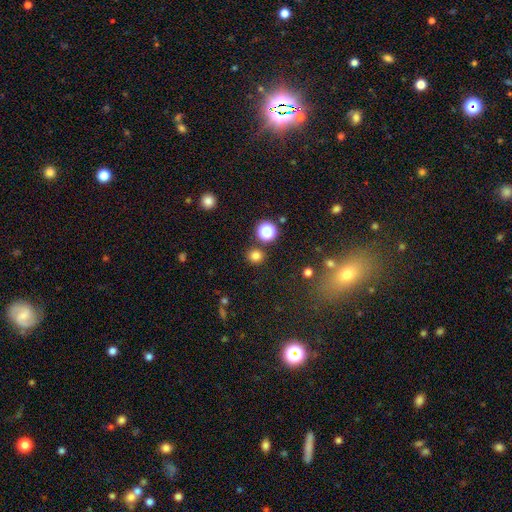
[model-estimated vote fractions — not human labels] A smooth galaxy with no disk features (78%) that is round (91%).

Vote fractions:
- Smooth or featured? smooth: 78% / star or artifact: 18% / featured or disk: 4%
- How rounded? round: 91% / in between: 8% / cigar-shaped: 1%
- Merging? none: 86% / minor disturbance: 6% / merger: 5% / major disturbance: 3%